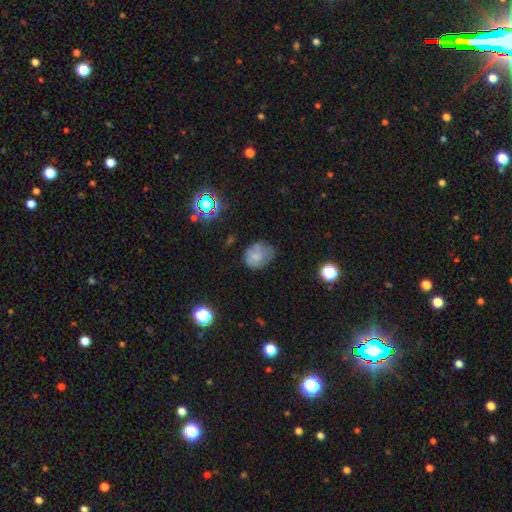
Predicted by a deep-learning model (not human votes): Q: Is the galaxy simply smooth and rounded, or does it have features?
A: smooth — 63%.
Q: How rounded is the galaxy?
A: round — 54%.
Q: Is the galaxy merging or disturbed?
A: none — 52%.